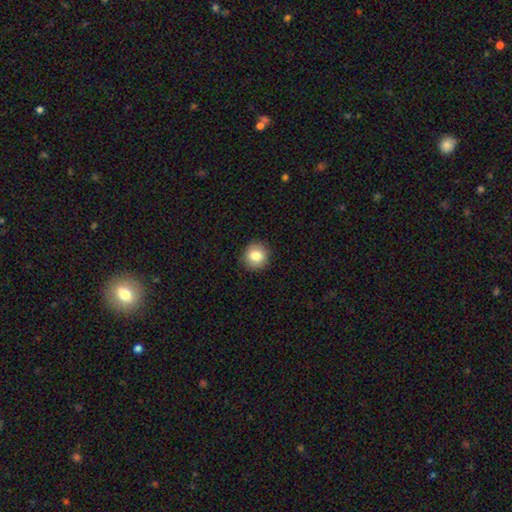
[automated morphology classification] smooth-or-featured: smooth: 83% | star or artifact: 9% | featured or disk: 8%
  how-rounded: round: 91% | in between: 8% | cigar-shaped: 1%
  merging: none: 91% | minor disturbance: 7% | major disturbance: 2% | merger: 1%